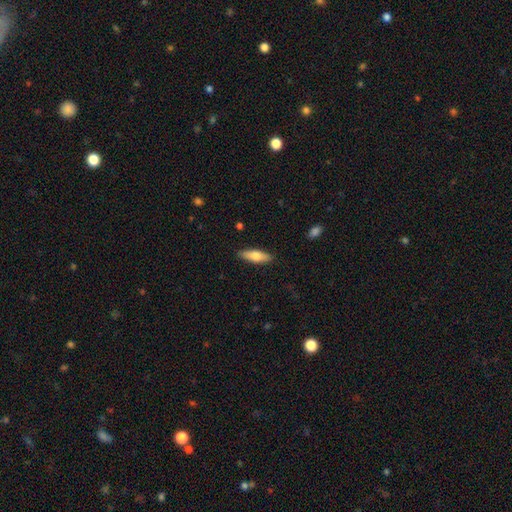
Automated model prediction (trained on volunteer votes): This appears to be a smooth galaxy with no disk features (66%) that is in between round and cigar-shaped (49%). Merging: none (89%).